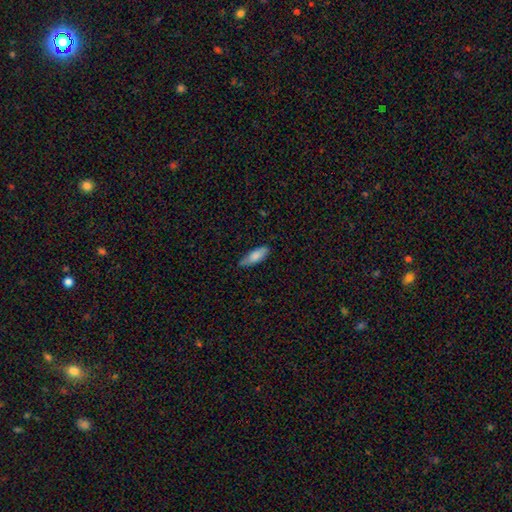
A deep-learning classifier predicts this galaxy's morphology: Smooth or featured: smooth — 80% (featured or disk — 14%)
How rounded: in between — 62% (cigar-shaped — 36%)
Merging: none — 70% (minor disturbance — 25%)